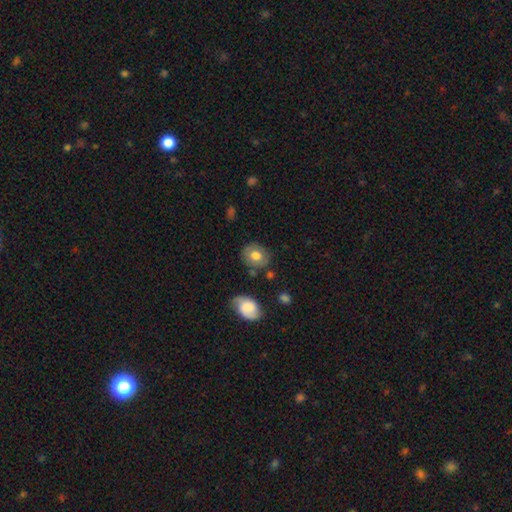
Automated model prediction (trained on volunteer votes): Q: Smooth or featured?
A: smooth (70%); runner-up: featured or disk (22%)
Q: How rounded?
A: round (66%); runner-up: in between (33%)
Q: Merging?
A: none (76%); runner-up: minor disturbance (17%)